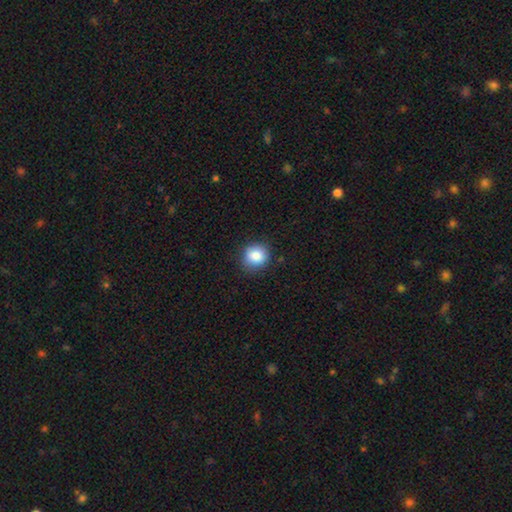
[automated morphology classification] Smooth or featured: smooth — 85% (star or artifact — 9%)
How rounded: round — 87% (in between — 12%)
Merging: none — 85% (minor disturbance — 11%)